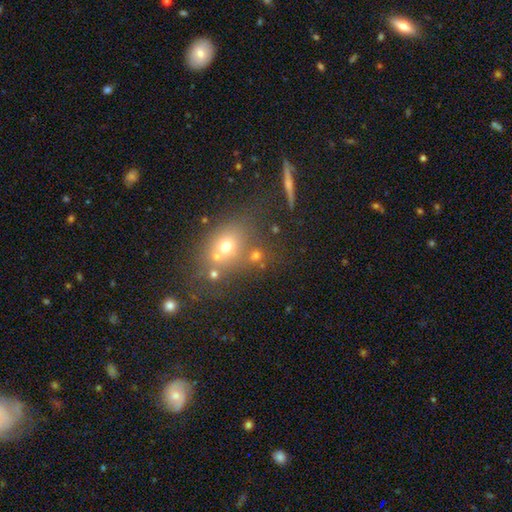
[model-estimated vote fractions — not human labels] A smooth galaxy with no disk features (60%) that is round (60%). Merging: none (60%).